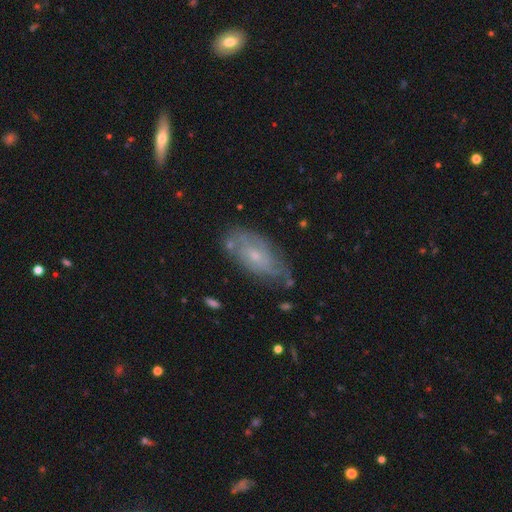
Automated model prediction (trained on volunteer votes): Q: Smooth or featured?
A: featured or disk (58%); runner-up: smooth (34%)
Q: Edge-on disk?
A: no (88%); runner-up: yes (12%)
Q: Bar?
A: no (73%); runner-up: weak (23%)
Q: Spiral arms?
A: yes (68%); runner-up: no (32%)
Q: Bulge size?
A: small (66%); runner-up: moderate (28%)
Q: Merging?
A: none (62%); runner-up: minor disturbance (26%)